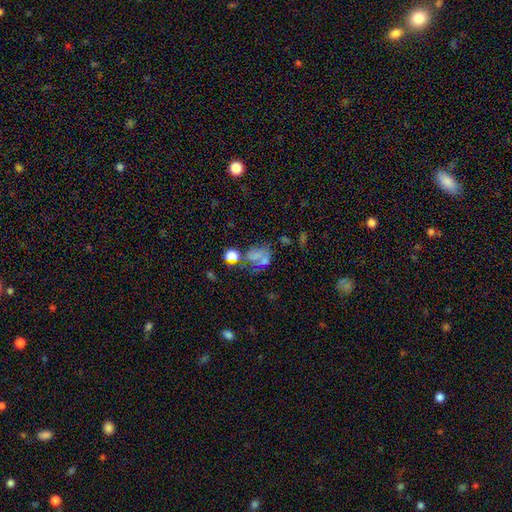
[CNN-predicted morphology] This appears to be a smooth galaxy with no disk features (54%) that is in between round and cigar-shaped (57%). Merging: none (34%).